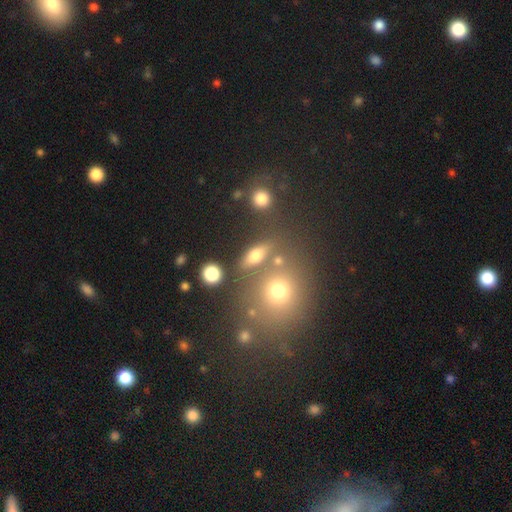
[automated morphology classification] type=smooth (63%); roundness=in between (55%); merging=none (69%).